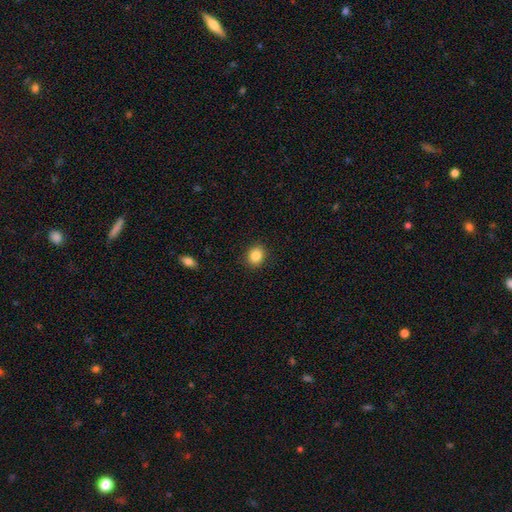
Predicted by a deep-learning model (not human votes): The model was most divided on "how rounded": round: 73%, in between: 27%, cigar-shaped: 1%. More confident: merging — none (90%); smooth or featured — smooth (86%).